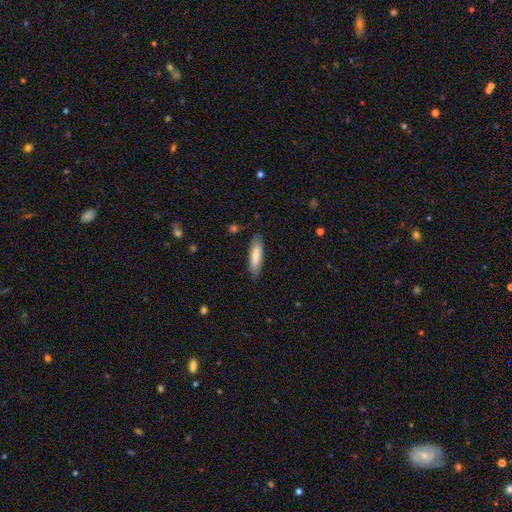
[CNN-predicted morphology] Smooth or featured? smooth (74%)
How rounded? cigar-shaped (55%)
Merging? none (83%)